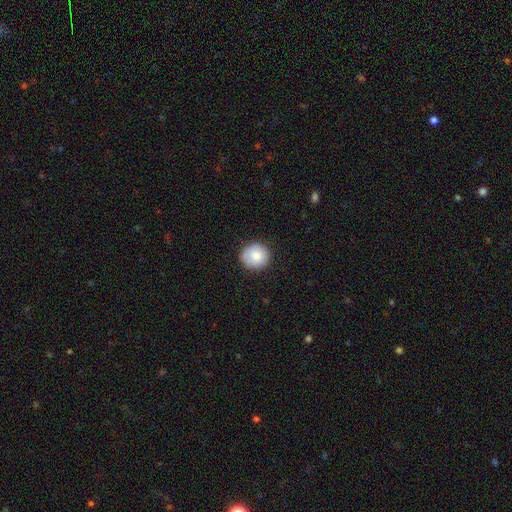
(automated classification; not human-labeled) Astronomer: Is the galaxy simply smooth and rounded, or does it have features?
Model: smooth — 83%.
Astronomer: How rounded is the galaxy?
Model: round — 92%.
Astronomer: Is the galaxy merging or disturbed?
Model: none — 87%.